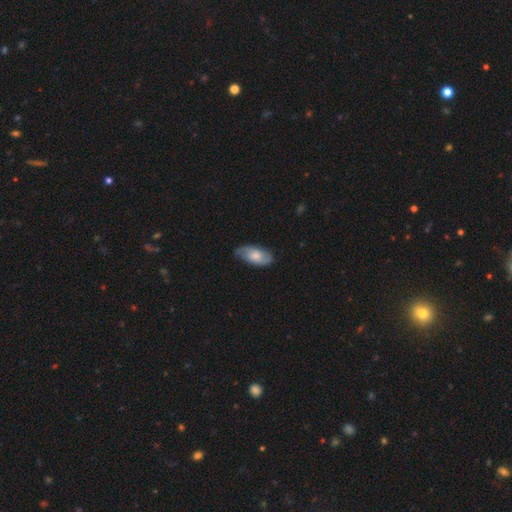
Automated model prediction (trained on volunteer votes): Smooth or featured?
  - smooth: 51% *
  - featured or disk: 42%
  - star or artifact: 6%
How rounded?
  - in between: 91% *
  - cigar-shaped: 6%
  - round: 3%
Merging?
  - none: 74% *
  - minor disturbance: 21%
  - major disturbance: 4%
  - merger: 1%